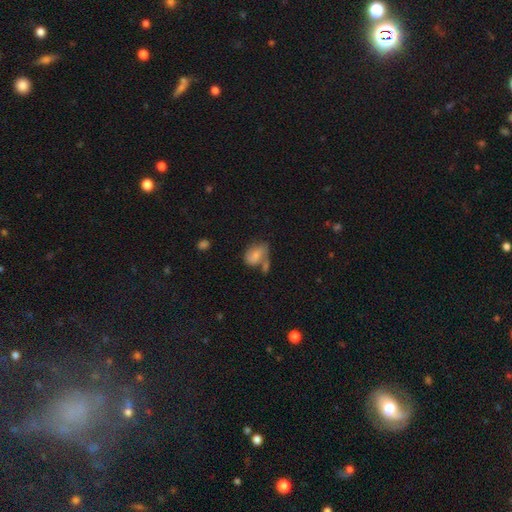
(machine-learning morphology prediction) smooth-or-featured: smooth: 58% | featured or disk: 33% | star or artifact: 9%
  how-rounded: in between: 76% | round: 22% | cigar-shaped: 2%
  merging: none: 35% | merger: 27% | minor disturbance: 22% | major disturbance: 16%